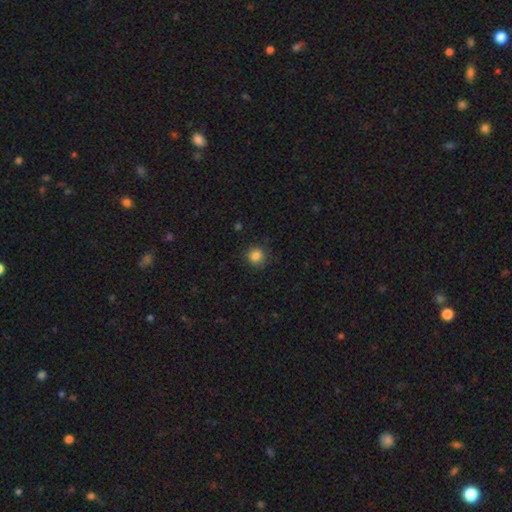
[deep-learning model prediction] smooth-or-featured: smooth: 85% | star or artifact: 11% | featured or disk: 4%
  how-rounded: round: 90% | in between: 9% | cigar-shaped: 1%
  merging: none: 87% | minor disturbance: 9% | major disturbance: 3% | merger: 1%